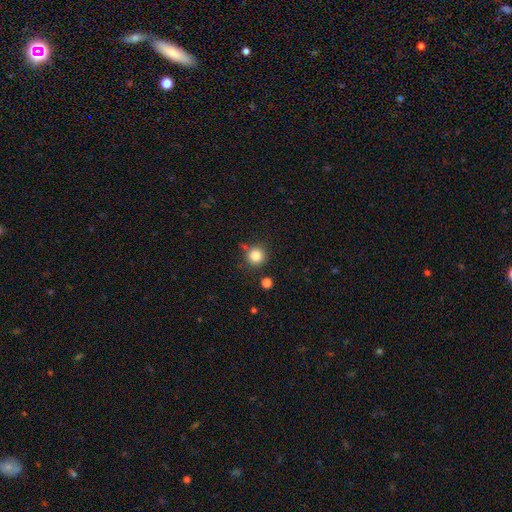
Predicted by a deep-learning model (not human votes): This is clearly a smooth galaxy (84%). How rounded: clearly round (94%). Merging: clearly none (82%).